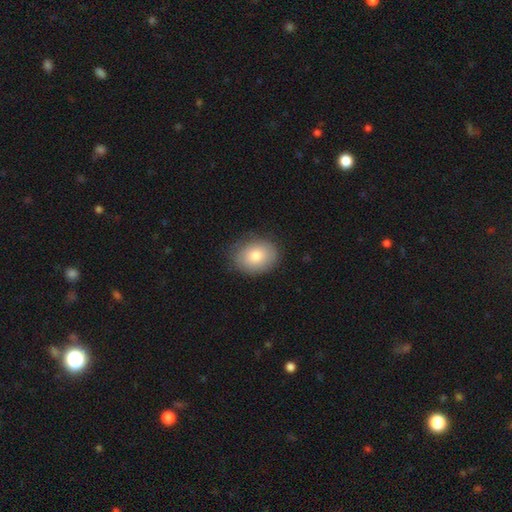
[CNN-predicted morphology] smooth-or-featured: smooth: 77% | featured or disk: 16% | star or artifact: 7%
  how-rounded: in between: 61% | round: 38% | cigar-shaped: 1%
  merging: none: 81% | minor disturbance: 15% | major disturbance: 4% | merger: 1%